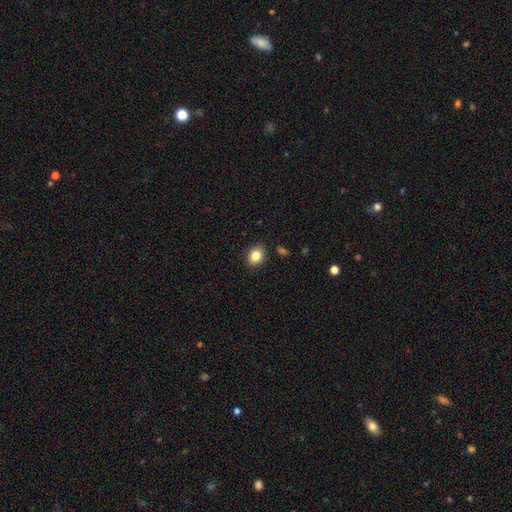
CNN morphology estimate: Overall: smooth (84%). How rounded: in between (59%; round 40%). Merging: none (89%).